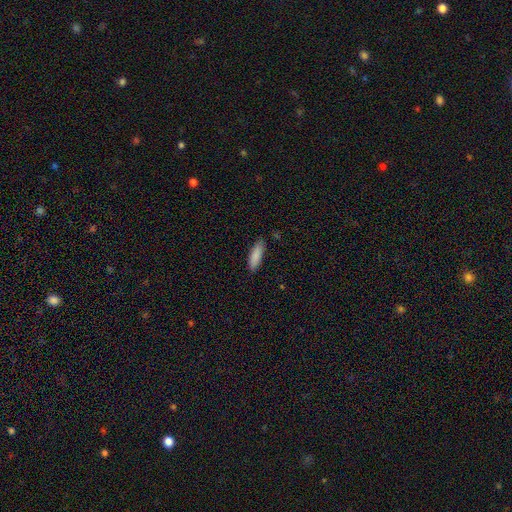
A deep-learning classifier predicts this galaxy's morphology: smooth_or_featured: smooth (p=0.87) [alt: featured or disk p=0.07]
how_rounded: cigar-shaped (p=0.55) [alt: in between p=0.44]
merging: none (p=0.85) [alt: minor disturbance p=0.12]